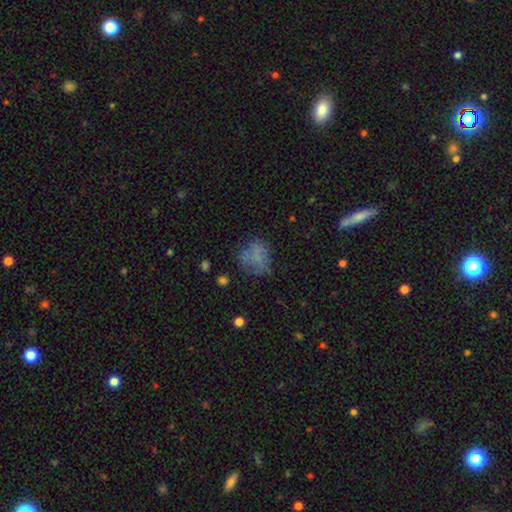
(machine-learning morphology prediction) Overall: smooth (62%; featured or disk 22%). How rounded: round (64%; in between 34%). Merging: none (55%; minor disturbance 24%).